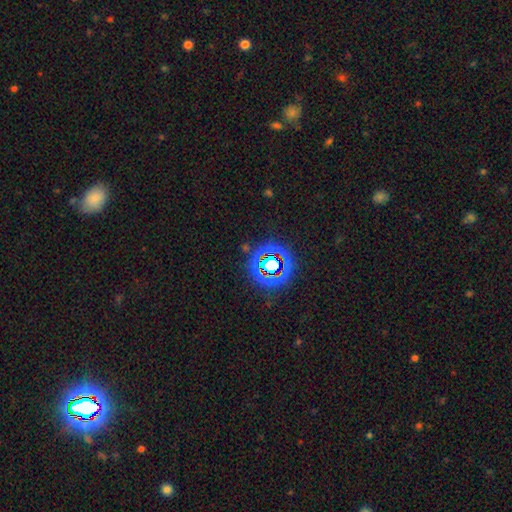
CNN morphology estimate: Smooth or featured?
  - star or artifact: 69% *
  - smooth: 19%
  - featured or disk: 12%